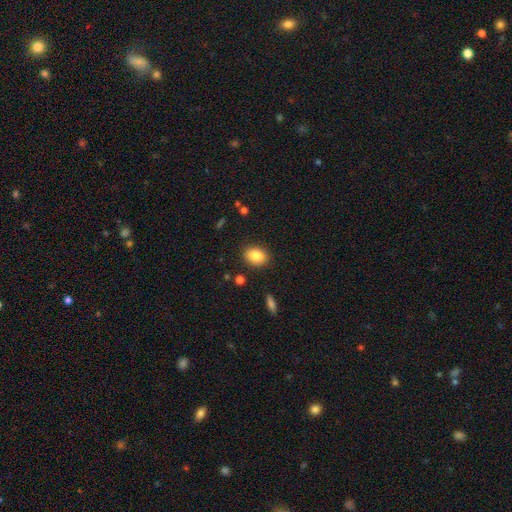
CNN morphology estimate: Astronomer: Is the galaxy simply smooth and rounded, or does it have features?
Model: smooth — 85%.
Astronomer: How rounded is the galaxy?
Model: in between — 73%.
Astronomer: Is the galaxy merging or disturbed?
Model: none — 87%.